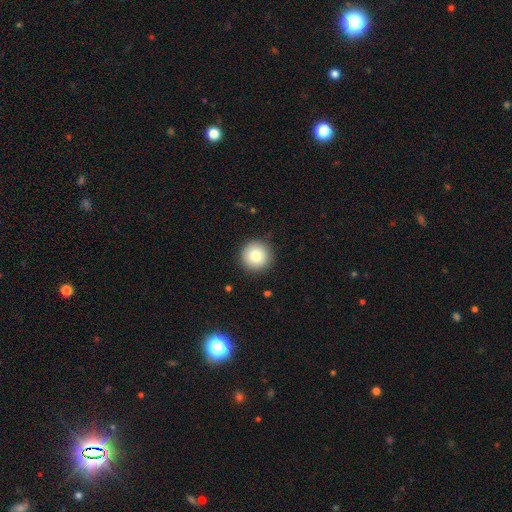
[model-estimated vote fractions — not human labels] Smooth or featured?
  - smooth: 81% *
  - featured or disk: 10%
  - star or artifact: 9%
How rounded?
  - round: 96% *
  - in between: 3%
  - cigar-shaped: 1%
Merging?
  - none: 91% *
  - minor disturbance: 7%
  - major disturbance: 2%
  - merger: 1%